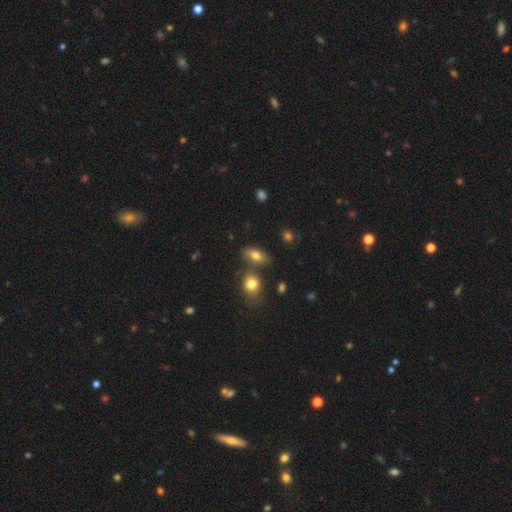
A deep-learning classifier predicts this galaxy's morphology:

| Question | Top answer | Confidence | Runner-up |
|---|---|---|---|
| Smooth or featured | smooth | 76% | featured or disk (15%) |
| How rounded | in between | 85% | cigar-shaped (8%) |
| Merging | none | 66% | merger (17%) |